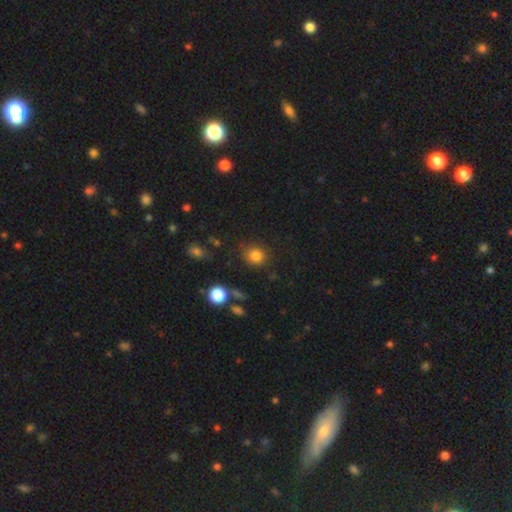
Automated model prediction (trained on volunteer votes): smooth 82%, star or artifact 13%, featured or disk 5%. Down the decision tree: how rounded — round (84%); merging — none (80%).